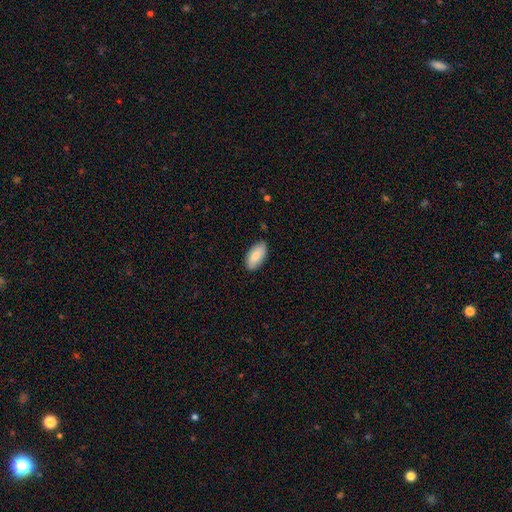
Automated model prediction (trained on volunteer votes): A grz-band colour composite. It shows a smooth galaxy with no disk features (82%) that is in between round and cigar-shaped (94%). Merging: none (83%).